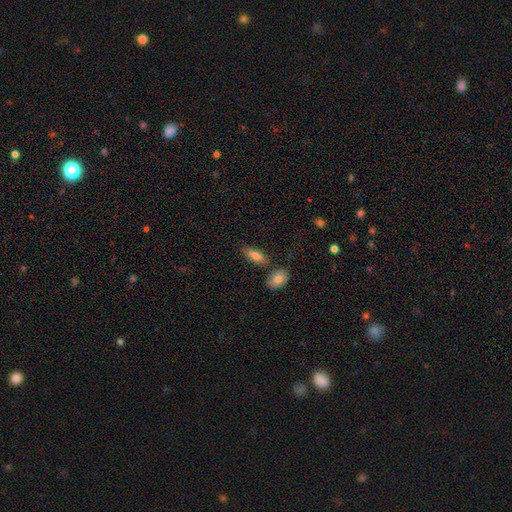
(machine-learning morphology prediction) A smooth galaxy with no disk features (81%) that is in between round and cigar-shaped (78%).

Vote fractions:
- Smooth or featured? smooth: 81% / featured or disk: 12% / star or artifact: 7%
- How rounded? in between: 78% / cigar-shaped: 19% / round: 3%
- Merging? none: 70% / minor disturbance: 15% / merger: 12% / major disturbance: 4%